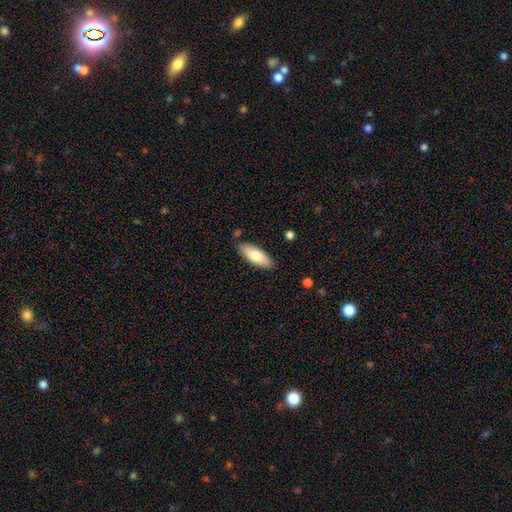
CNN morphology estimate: smooth 76%, featured or disk 18%, star or artifact 6%. Down the decision tree: how rounded — in between (70%); merging — none (86%).